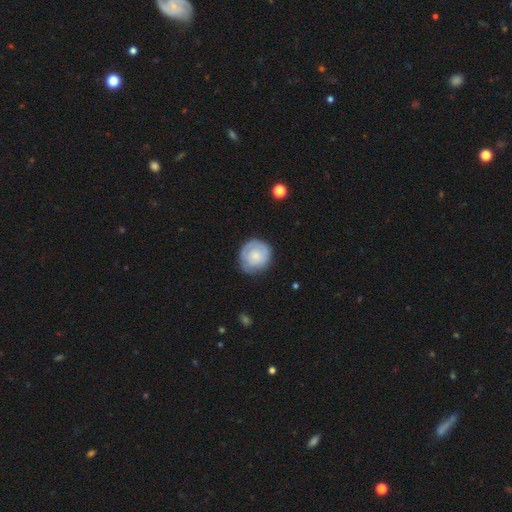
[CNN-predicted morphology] This is possibly a smooth galaxy (58%). How rounded: clearly round (88%). Merging: likely none (72%).